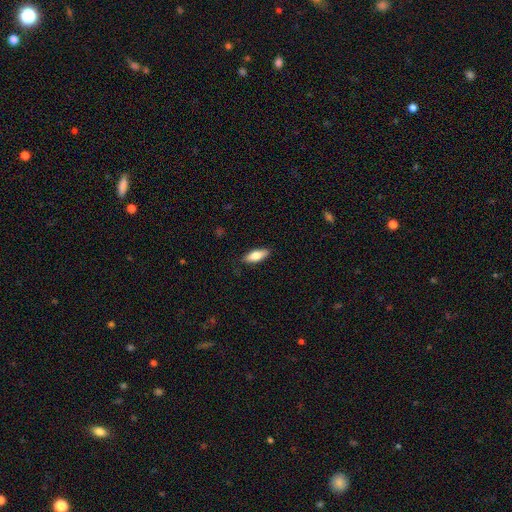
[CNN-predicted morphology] smooth_or_featured: smooth (p=0.75) [alt: featured or disk p=0.19]
how_rounded: in between (p=0.68) [alt: cigar-shaped p=0.30]
merging: none (p=0.85) [alt: minor disturbance p=0.12]